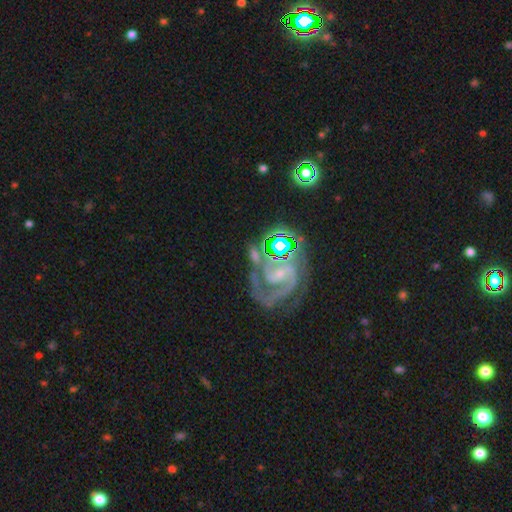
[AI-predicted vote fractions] A featured or disk galaxy (78%) with no bar (40%), 2 (68%) tight (50%) spiral arms (96%) and a small central bulge (72%).

Vote fractions:
- Smooth or featured? featured or disk: 78% / star or artifact: 13% / smooth: 9%
- Edge-on disk? no: 97% / yes: 3%
- Bar? no: 40% / weak: 38% / strong: 21%
- Spiral arms? yes: 96% / no: 4%
- Spiral winding? tight: 50% / medium: 41% / loose: 8%
- Spiral arm count? 2: 68% / 3: 11% / can't tell: 10% / 1: 5% / 4: 3% / more than 4: 3%
- Bulge size? small: 72% / moderate: 17% / none: 7% / large: 2% / dominant: 1%
- Merging? none: 57% / minor disturbance: 18% / major disturbance: 14% / merger: 10%